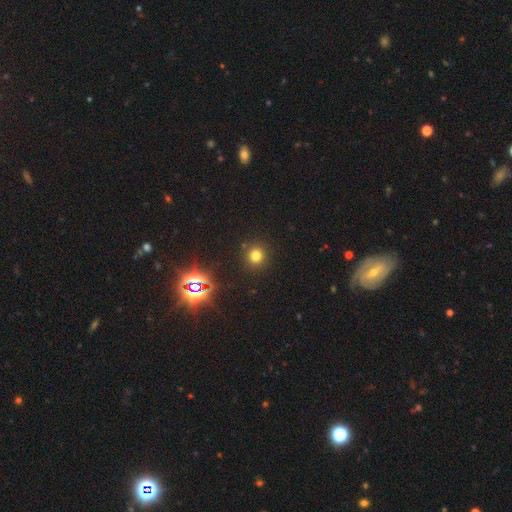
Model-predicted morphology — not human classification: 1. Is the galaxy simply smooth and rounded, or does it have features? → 73% smooth, 22% star or artifact, 6% featured or disk.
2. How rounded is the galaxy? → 93% round, 6% in between, 1% cigar-shaped.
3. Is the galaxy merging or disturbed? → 90% none, 6% minor disturbance, 2% major disturbance, 2% merger.